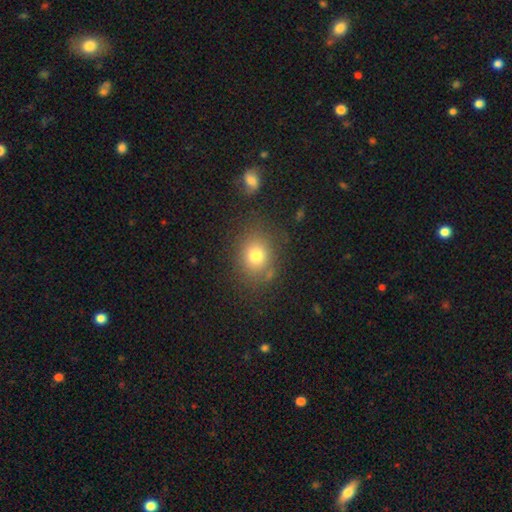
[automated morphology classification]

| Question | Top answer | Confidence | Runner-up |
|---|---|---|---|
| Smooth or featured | smooth | 76% | star or artifact (13%) |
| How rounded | round | 61% | in between (38%) |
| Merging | none | 76% | minor disturbance (14%) |